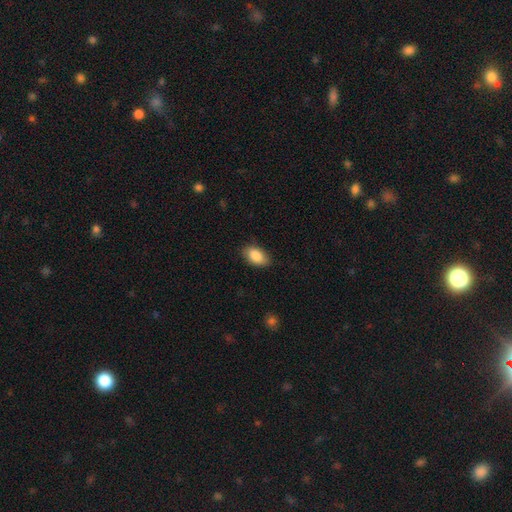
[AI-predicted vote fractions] smooth 88%, star or artifact 7%, featured or disk 6%. Down the decision tree: how rounded — in between (92%); merging — none (85%).